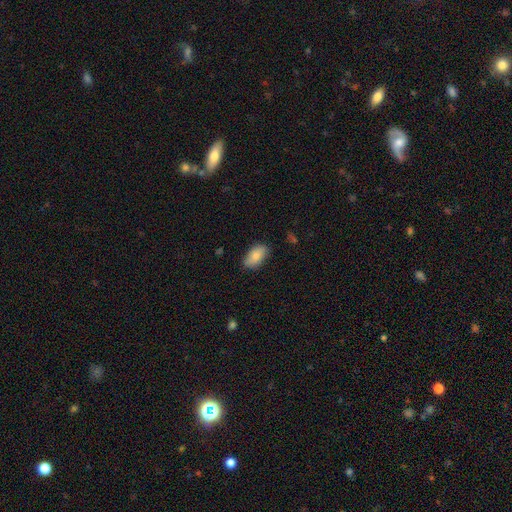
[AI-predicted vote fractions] Smooth or featured? smooth (83%)
How rounded? in between (93%)
Merging? none (82%)